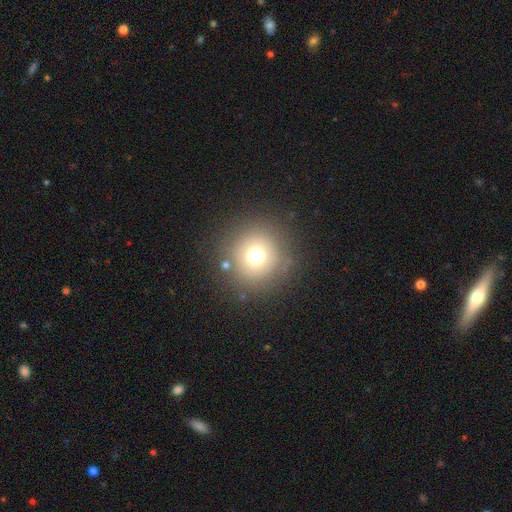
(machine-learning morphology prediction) Smooth or featured? Predicted: smooth (p=0.69). How rounded? Predicted: round (p=0.95). Merging? Predicted: none (p=0.85).